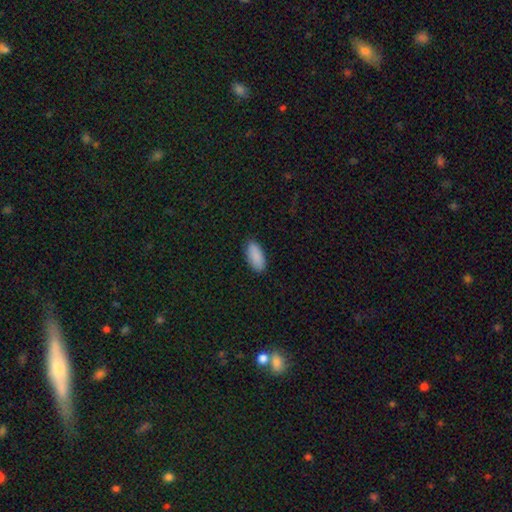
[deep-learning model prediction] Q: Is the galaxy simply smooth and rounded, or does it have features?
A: smooth — 90%.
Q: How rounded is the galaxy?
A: in between — 90%.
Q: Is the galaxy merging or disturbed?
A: none — 88%.